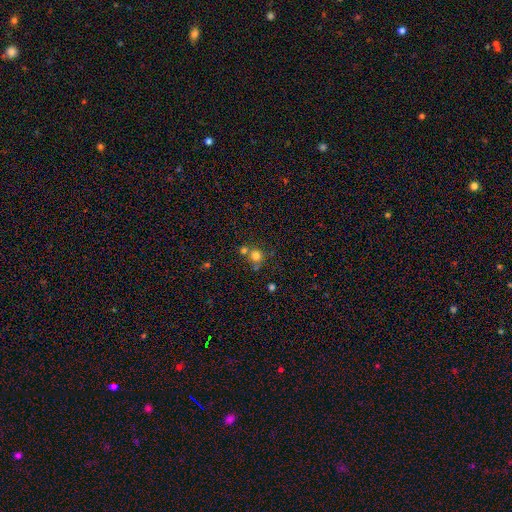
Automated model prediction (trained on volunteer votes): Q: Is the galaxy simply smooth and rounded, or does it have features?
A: smooth — 75%.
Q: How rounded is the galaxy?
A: round — 89%.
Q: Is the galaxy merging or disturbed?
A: none — 57%.